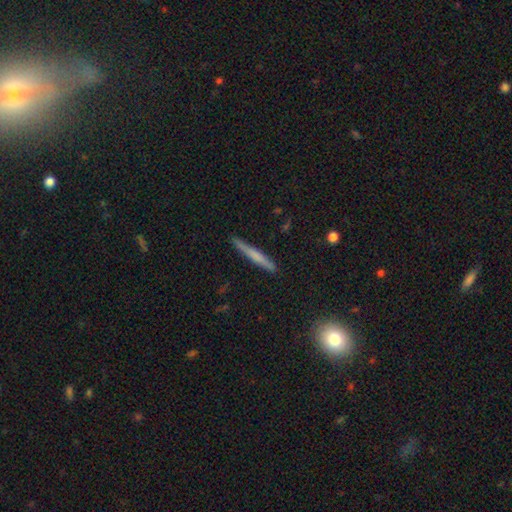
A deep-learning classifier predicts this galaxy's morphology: Smooth or featured?
  - smooth: 57% *
  - featured or disk: 36%
  - star or artifact: 6%
How rounded?
  - cigar-shaped: 96% *
  - in between: 3%
  - round: 2%
Merging?
  - none: 87% *
  - minor disturbance: 10%
  - major disturbance: 2%
  - merger: 1%